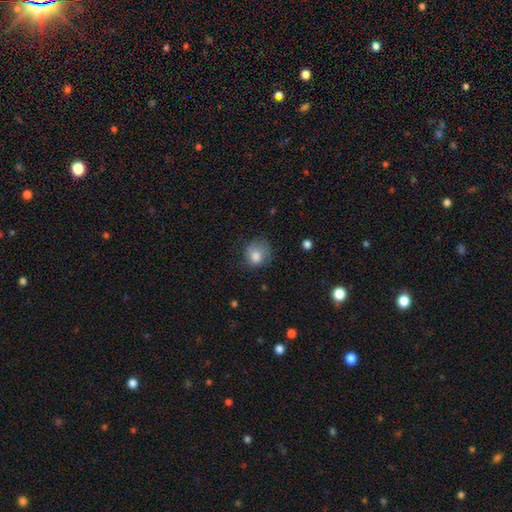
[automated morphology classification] type=smooth (79%); roundness=round (69%); merging=none (53%).